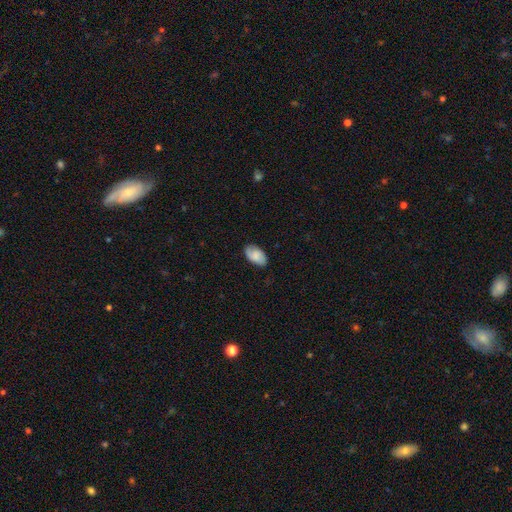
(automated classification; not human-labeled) This appears to be a smooth galaxy with no disk features (71%) that is in between round and cigar-shaped (94%). Merging: none (81%).